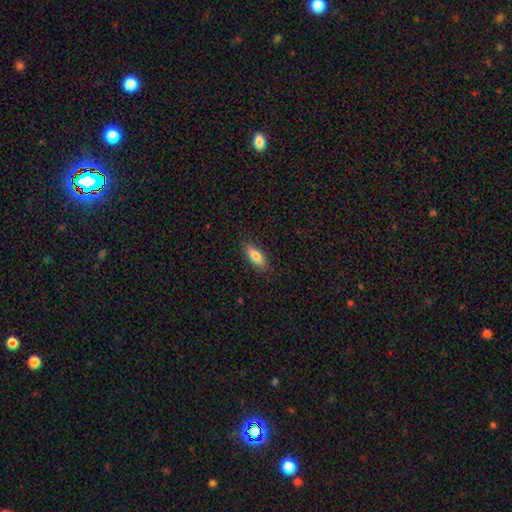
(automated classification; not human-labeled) Smooth or featured: smooth — 78% (featured or disk — 16%)
How rounded: in between — 72% (cigar-shaped — 26%)
Merging: none — 87% (minor disturbance — 10%)